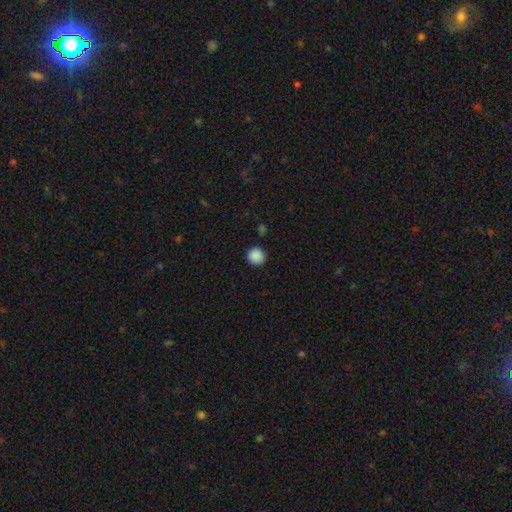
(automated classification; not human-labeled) A smooth galaxy with no disk features (88%) that is round (93%). Merging: none (89%).